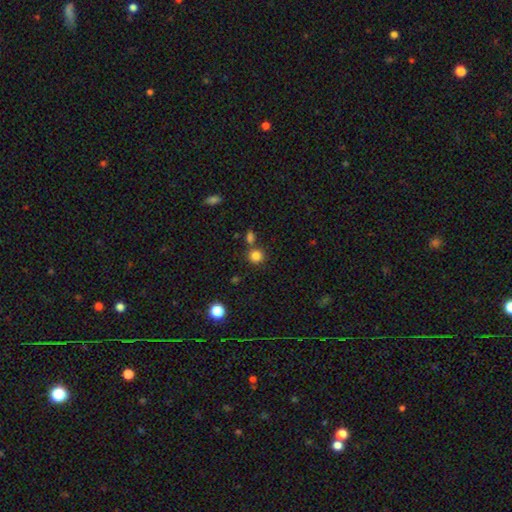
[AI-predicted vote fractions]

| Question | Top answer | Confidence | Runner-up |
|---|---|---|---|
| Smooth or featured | smooth | 83% | star or artifact (12%) |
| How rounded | round | 89% | in between (10%) |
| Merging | none | 72% | merger (16%) |